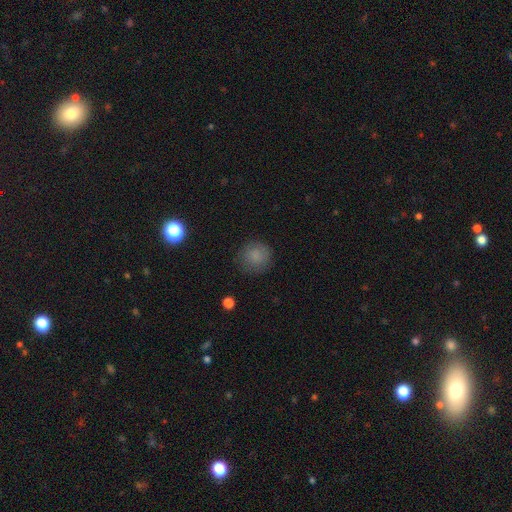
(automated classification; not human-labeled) This is clearly a smooth galaxy (84%). How rounded: clearly round (91%). Merging: clearly none (82%).